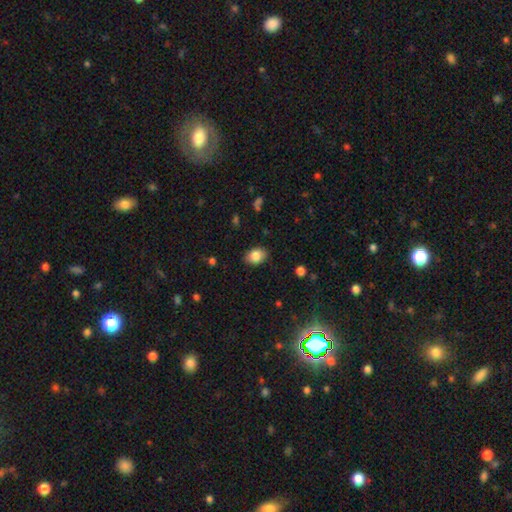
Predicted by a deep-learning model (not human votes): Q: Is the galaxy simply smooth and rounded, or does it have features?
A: smooth — 84%.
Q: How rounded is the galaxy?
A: in between — 80%.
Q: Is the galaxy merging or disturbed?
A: none — 85%.